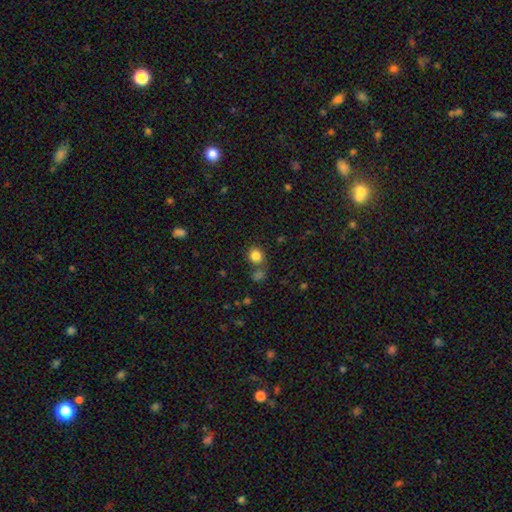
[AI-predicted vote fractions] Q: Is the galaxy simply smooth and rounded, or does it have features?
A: smooth — 84%.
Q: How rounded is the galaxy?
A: round — 79%.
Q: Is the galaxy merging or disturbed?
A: none — 70%.